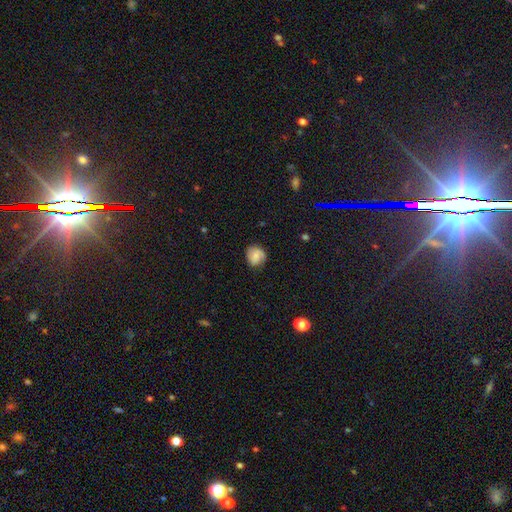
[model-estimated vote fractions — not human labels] This appears to be a smooth galaxy with no disk features (69%) that is round (77%). Merging: none (74%).